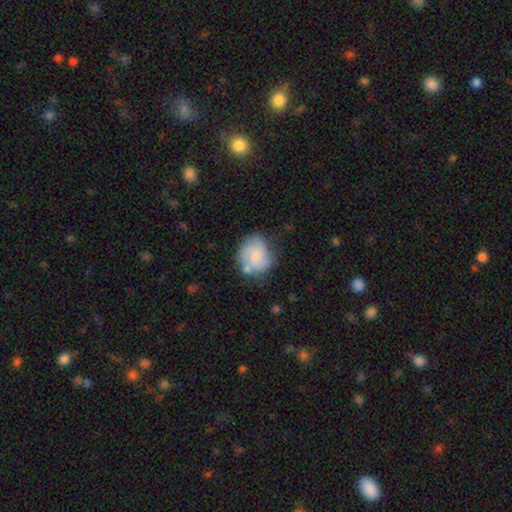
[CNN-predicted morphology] This appears to be a smooth galaxy with no disk features (53%) that is round (75%). Merging: none (50%).